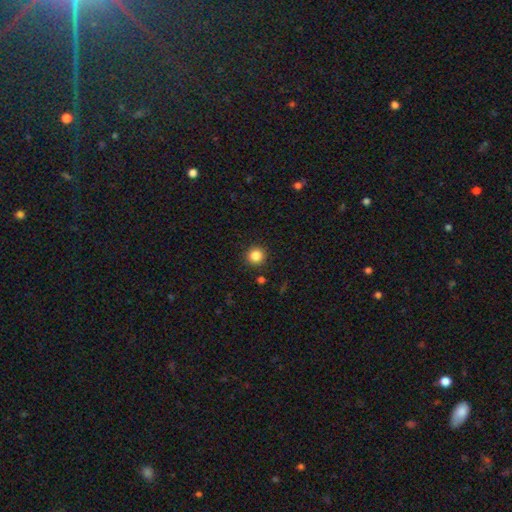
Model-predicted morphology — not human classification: This is clearly a smooth galaxy (85%). How rounded: clearly round (94%). Merging: clearly none (90%).